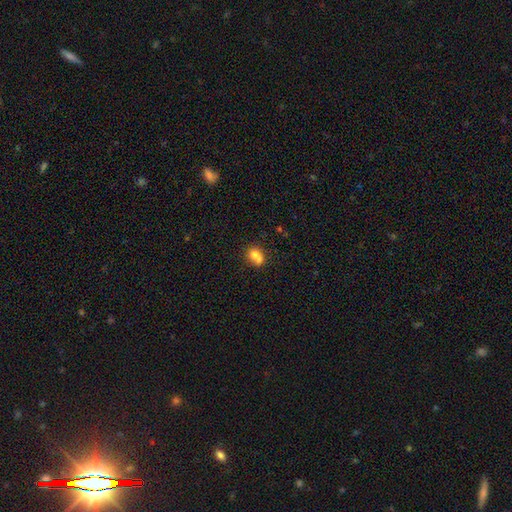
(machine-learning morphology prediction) Smooth or featured? Predicted: smooth (p=0.72). How rounded? Predicted: round (p=0.61). Merging? Predicted: merger (p=0.54).